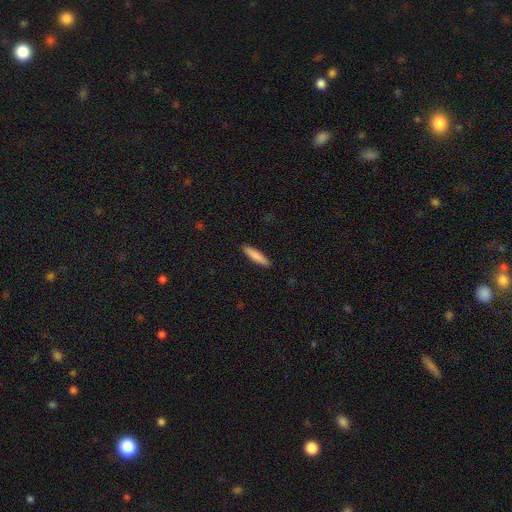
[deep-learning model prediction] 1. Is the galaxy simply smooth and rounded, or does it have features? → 84% smooth, 11% featured or disk, 5% star or artifact.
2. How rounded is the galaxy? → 82% cigar-shaped, 17% in between, 1% round.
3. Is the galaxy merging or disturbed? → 91% none, 7% minor disturbance, 1% major disturbance, 1% merger.